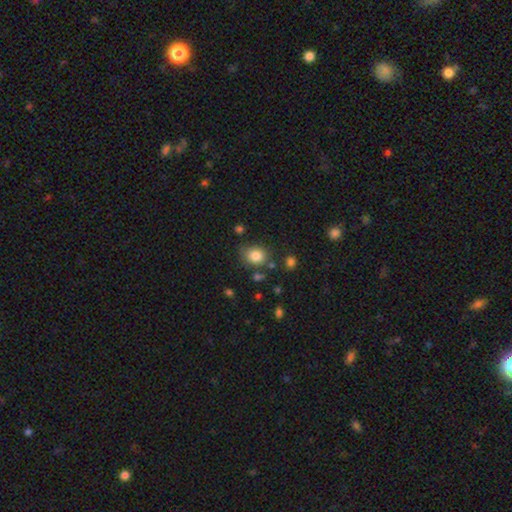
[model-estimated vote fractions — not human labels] This is clearly a smooth galaxy (83%). How rounded: possibly round (59%). Merging: likely none (74%).